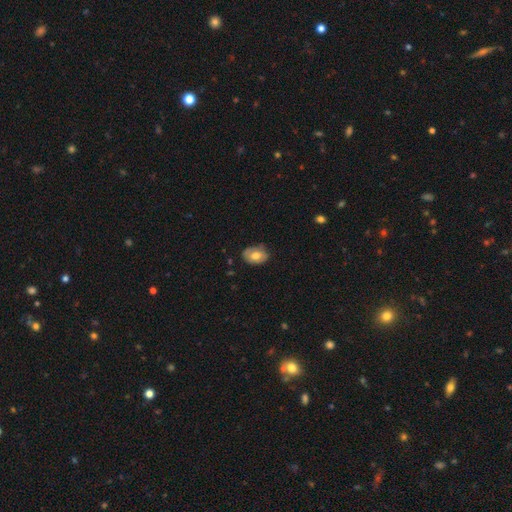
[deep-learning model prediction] smooth 68%, featured or disk 24%, star or artifact 7%. Down the decision tree: how rounded — in between (77%); merging — none (71%).